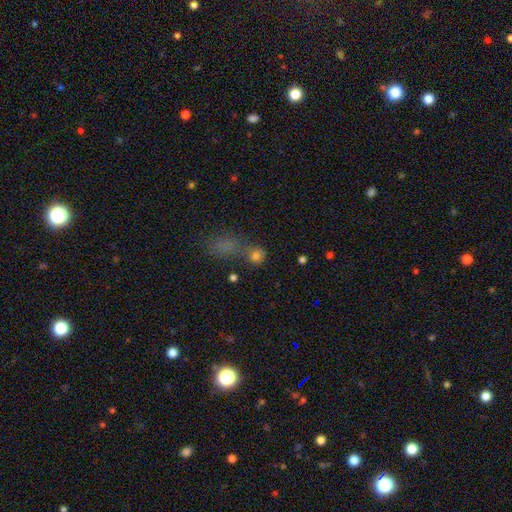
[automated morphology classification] Smooth or featured? smooth (75%)
How rounded? round (83%)
Merging? none (51%)